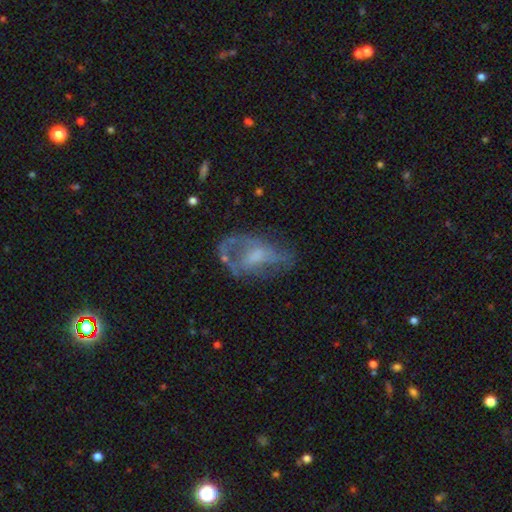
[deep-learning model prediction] Q: Smooth or featured?
A: featured or disk (64%); runner-up: smooth (27%)
Q: Edge-on disk?
A: no (94%); runner-up: yes (6%)
Q: Bar?
A: no (56%); runner-up: weak (35%)
Q: Spiral arms?
A: yes (53%); runner-up: no (47%)
Q: Bulge size?
A: moderate (36%); runner-up: small (29%)
Q: Merging?
A: none (41%); runner-up: major disturbance (32%)